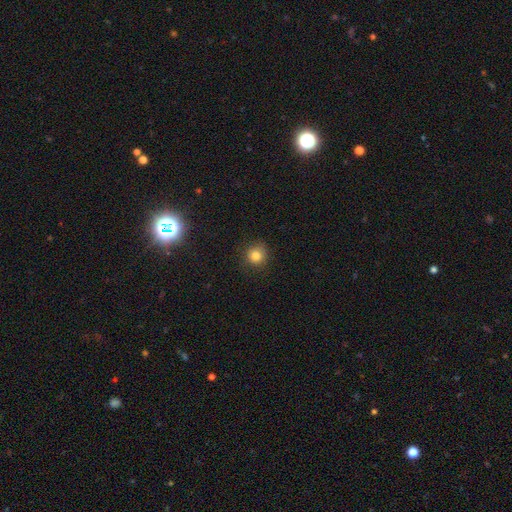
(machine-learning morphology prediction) This appears to be a smooth galaxy with no disk features (82%) that is round (91%). Merging: none (86%).